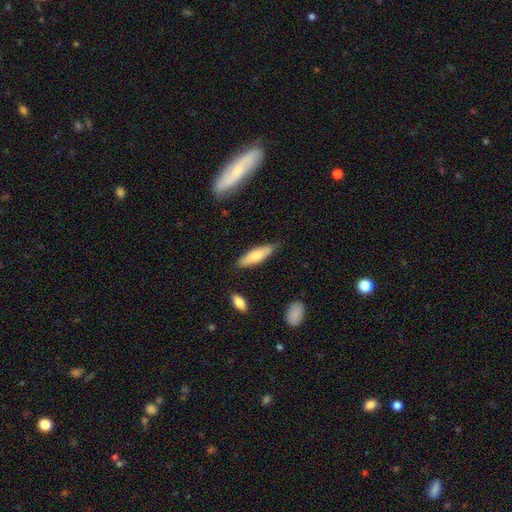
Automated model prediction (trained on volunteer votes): The model was most divided on "how rounded": cigar-shaped: 57%, in between: 42%, round: 2%. More confident: merging — none (80%); smooth or featured — smooth (73%).